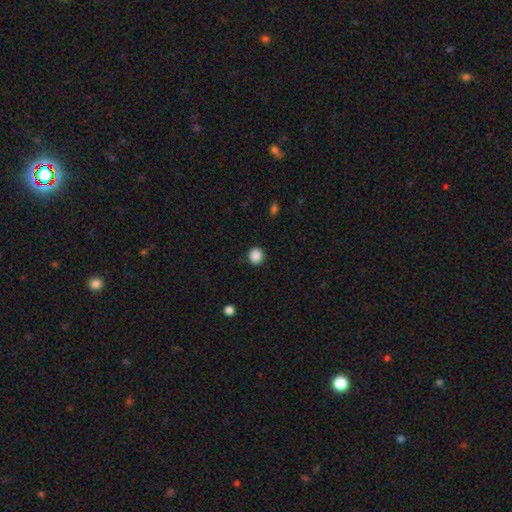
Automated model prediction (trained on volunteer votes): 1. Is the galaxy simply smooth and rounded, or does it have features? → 88% smooth, 9% star or artifact, 2% featured or disk.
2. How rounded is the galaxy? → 86% round, 13% in between, 1% cigar-shaped.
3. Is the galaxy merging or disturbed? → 91% none, 6% minor disturbance, 2% major disturbance, 1% merger.